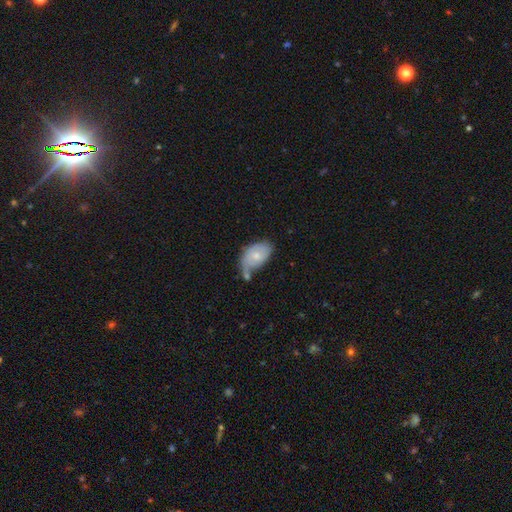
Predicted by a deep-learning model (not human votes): This appears to be a smooth galaxy with no disk features (51%) that is in between round and cigar-shaped (89%). Merging: none (36%).